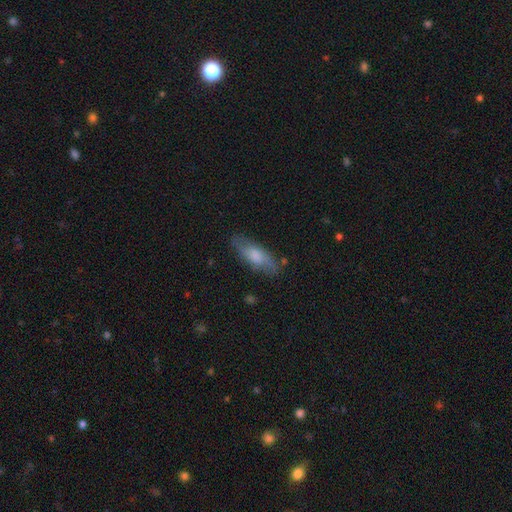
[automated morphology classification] Overall: smooth (62%; featured or disk 31%). How rounded: in between (63%; cigar-shaped 34%). Merging: none (76%).